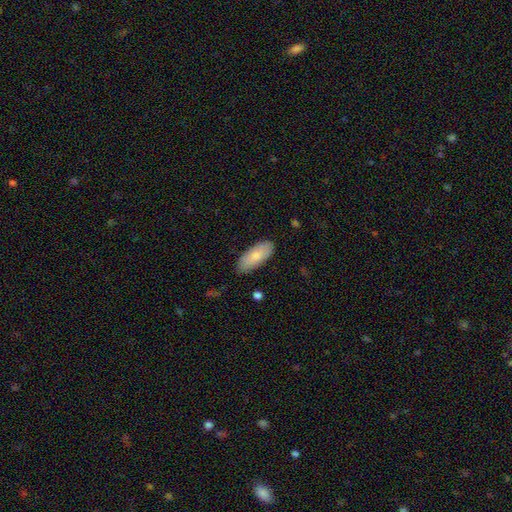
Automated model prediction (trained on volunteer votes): This appears to be a smooth galaxy with no disk features (81%) that is in between round and cigar-shaped (85%). Merging: none (84%).